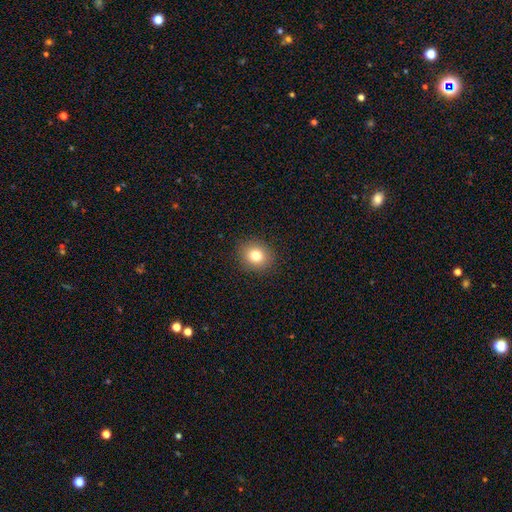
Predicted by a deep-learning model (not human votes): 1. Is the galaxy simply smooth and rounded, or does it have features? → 80% smooth, 11% star or artifact, 8% featured or disk.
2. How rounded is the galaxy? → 77% round, 22% in between, 1% cigar-shaped.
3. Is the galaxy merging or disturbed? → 90% none, 7% minor disturbance, 2% major disturbance, 1% merger.